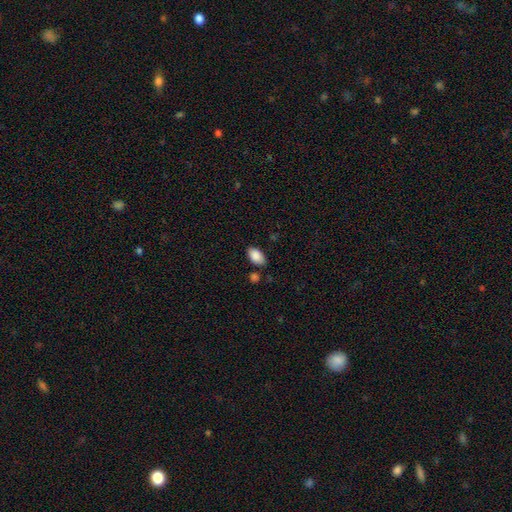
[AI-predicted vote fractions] Smooth or featured? smooth (89%)
How rounded? in between (93%)
Merging? none (77%)